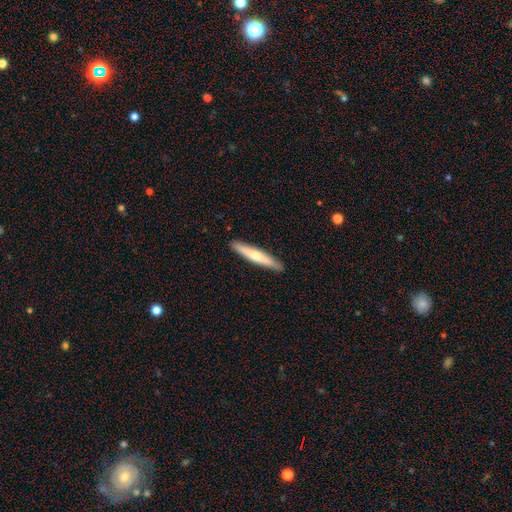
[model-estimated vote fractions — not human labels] smooth-or-featured: smooth: 54% | featured or disk: 41% | star or artifact: 5%
  how-rounded: cigar-shaped: 94% | in between: 5% | round: 1%
  merging: none: 91% | minor disturbance: 6% | major disturbance: 1% | merger: 1%